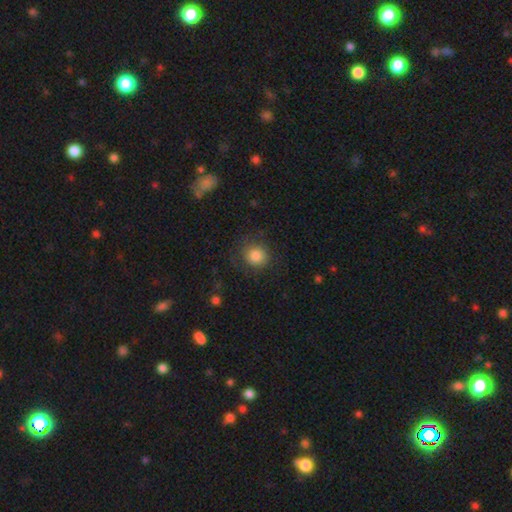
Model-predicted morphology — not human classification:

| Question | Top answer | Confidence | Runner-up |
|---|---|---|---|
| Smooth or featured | smooth | 83% | star or artifact (9%) |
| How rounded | round | 87% | in between (12%) |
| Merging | none | 76% | minor disturbance (15%) |